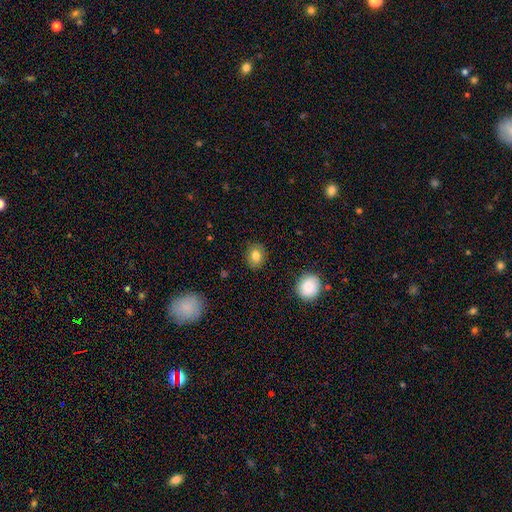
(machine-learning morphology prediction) Smooth or featured? Predicted: smooth (p=0.82). How rounded? Predicted: round (p=0.63). Merging? Predicted: none (p=0.87).